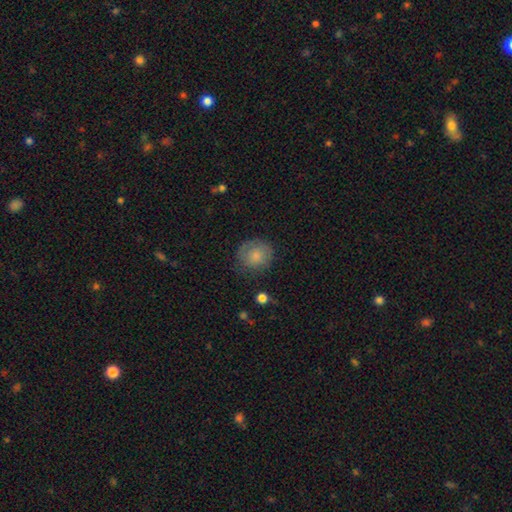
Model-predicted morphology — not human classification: Smooth or featured? Predicted: smooth (p=0.76). How rounded? Predicted: round (p=0.81). Merging? Predicted: none (p=0.70).